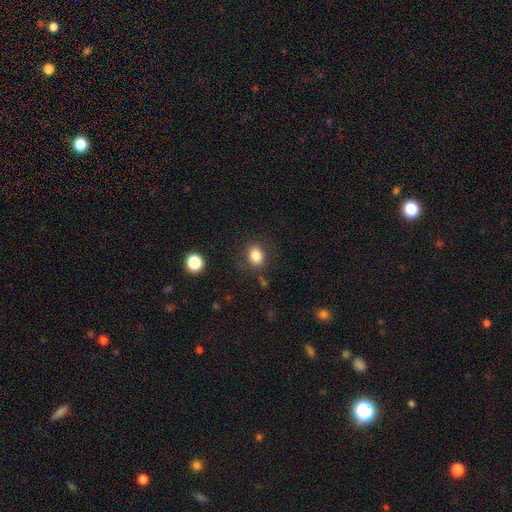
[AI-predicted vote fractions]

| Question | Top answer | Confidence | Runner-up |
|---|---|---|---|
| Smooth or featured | smooth | 84% | star or artifact (11%) |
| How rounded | round | 52% | in between (47%) |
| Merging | none | 81% | minor disturbance (12%) |